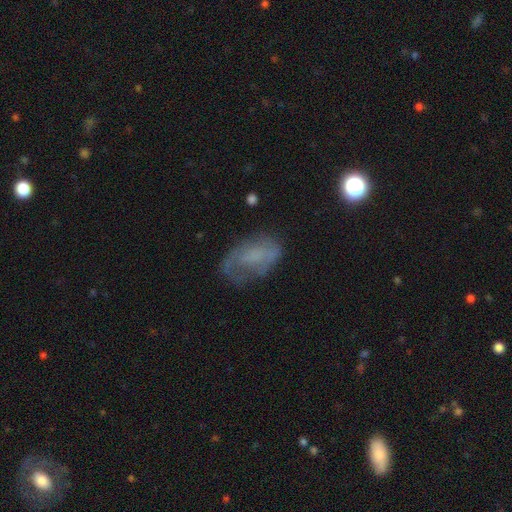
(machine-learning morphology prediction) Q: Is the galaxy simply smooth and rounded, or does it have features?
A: smooth — 45%.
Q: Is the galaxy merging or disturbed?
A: none — 52%.